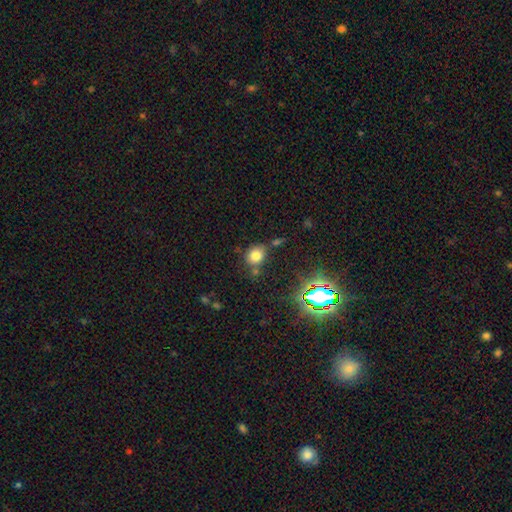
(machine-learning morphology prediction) This appears to be a smooth galaxy with no disk features (75%) that is round (61%). Merging: none (65%).